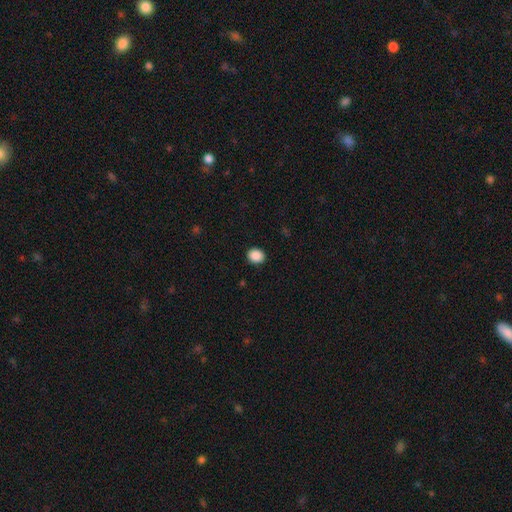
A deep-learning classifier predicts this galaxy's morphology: The model was most divided on "how rounded": round: 65%, in between: 34%, cigar-shaped: 1%. More confident: merging — none (91%); smooth or featured — smooth (89%).